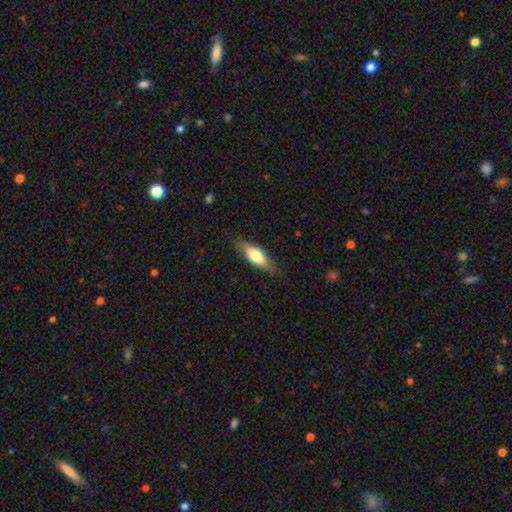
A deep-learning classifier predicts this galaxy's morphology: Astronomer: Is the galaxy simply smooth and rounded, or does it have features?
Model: smooth — 63%.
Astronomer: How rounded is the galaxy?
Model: in between — 61% (runner-up: cigar-shaped, 36%).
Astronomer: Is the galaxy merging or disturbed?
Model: none — 80%.